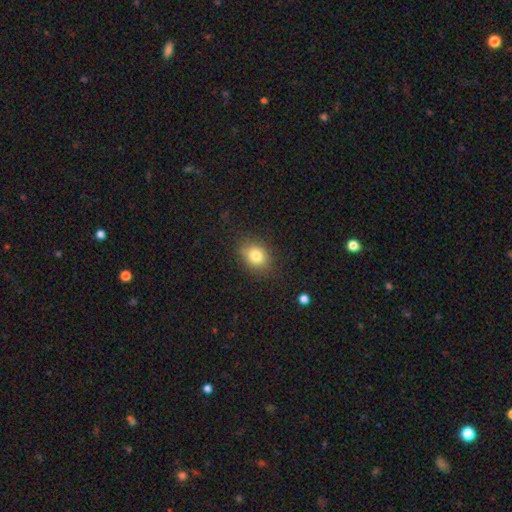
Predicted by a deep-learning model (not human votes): Smooth or featured: smooth — 80% (star or artifact — 11%)
How rounded: in between — 56% (round — 43%)
Merging: none — 78% (minor disturbance — 17%)